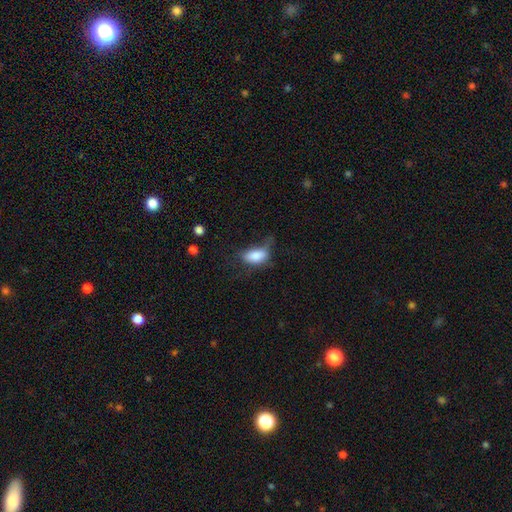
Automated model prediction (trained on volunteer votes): Smooth or featured? smooth (81%)
How rounded? in between (91%)
Merging? none (36%)